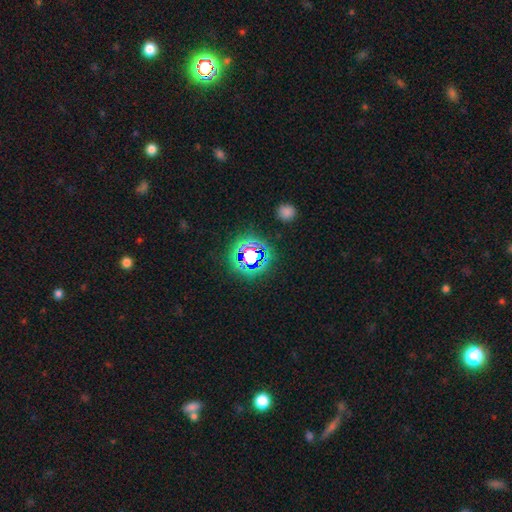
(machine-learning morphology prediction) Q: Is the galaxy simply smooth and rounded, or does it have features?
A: star or artifact — 63%.